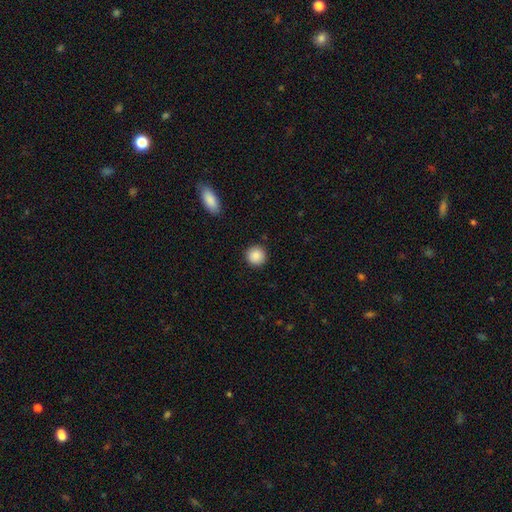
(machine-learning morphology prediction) A smooth galaxy with no disk features (88%) that is round (94%).

Vote fractions:
- Smooth or featured? smooth: 88% / star or artifact: 8% / featured or disk: 4%
- How rounded? round: 94% / in between: 5% / cigar-shaped: 1%
- Merging? none: 91% / minor disturbance: 6% / major disturbance: 2% / merger: 1%